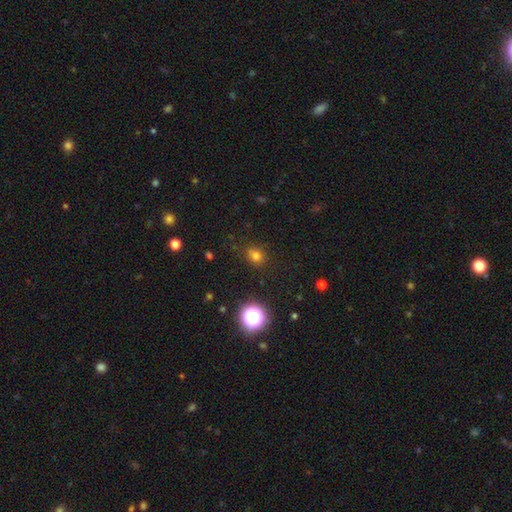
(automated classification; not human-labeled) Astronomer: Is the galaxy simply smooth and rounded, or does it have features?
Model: smooth — 71%.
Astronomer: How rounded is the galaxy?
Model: round — 72%.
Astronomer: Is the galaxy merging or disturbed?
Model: none — 75%.